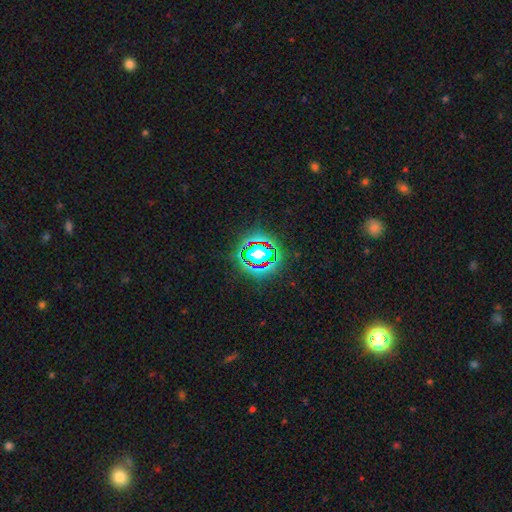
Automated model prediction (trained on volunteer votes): Smooth or featured? Predicted: star or artifact (p=0.76).